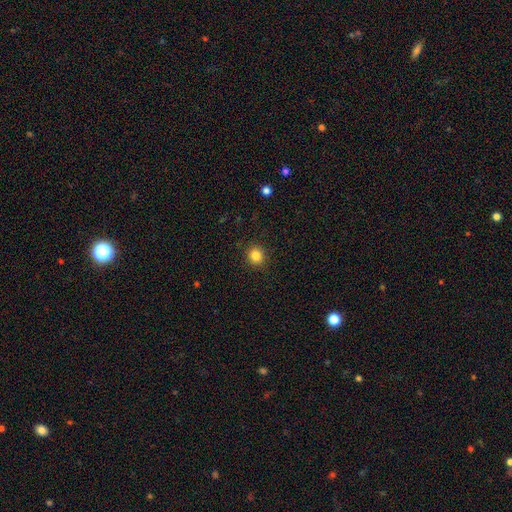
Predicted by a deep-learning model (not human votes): A smooth galaxy with no disk features (84%) that is round (87%). Merging: none (91%).